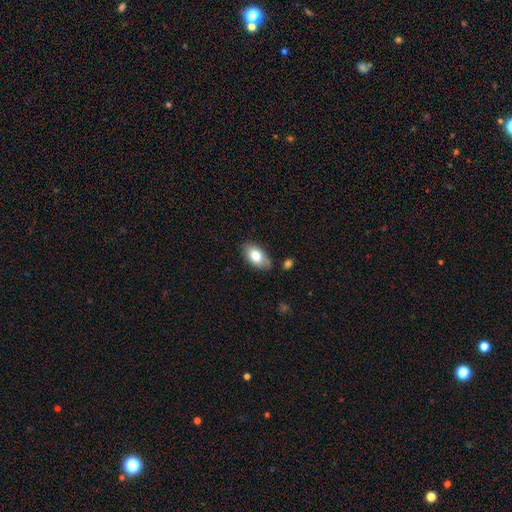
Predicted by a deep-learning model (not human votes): A smooth galaxy with no disk features (80%) that is in between round and cigar-shaped (94%).

Vote fractions:
- Smooth or featured? smooth: 80% / featured or disk: 13% / star or artifact: 7%
- How rounded? in between: 94% / round: 4% / cigar-shaped: 2%
- Merging? none: 78% / minor disturbance: 15% / merger: 3% / major disturbance: 3%